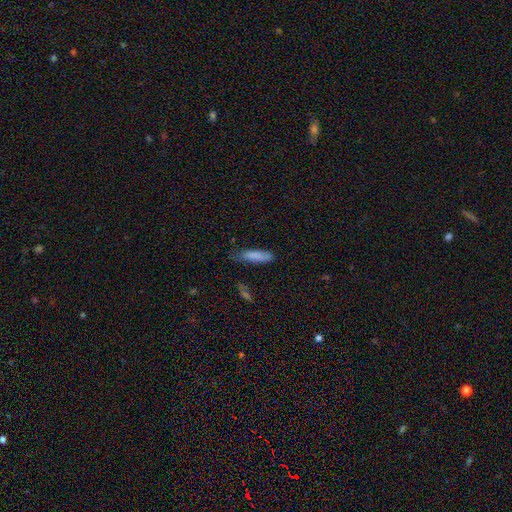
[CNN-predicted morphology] The model was most divided on "how rounded": cigar-shaped: 62%, in between: 36%, round: 2%. More confident: smooth or featured — smooth (83%); merging — none (63%).